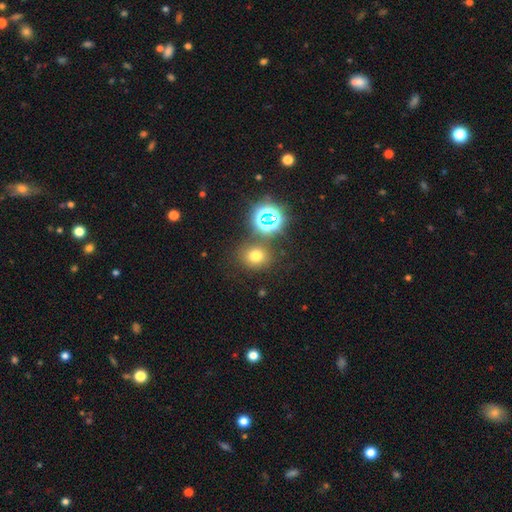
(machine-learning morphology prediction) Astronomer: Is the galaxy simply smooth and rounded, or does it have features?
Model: smooth — 66%.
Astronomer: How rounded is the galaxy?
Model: round — 75%.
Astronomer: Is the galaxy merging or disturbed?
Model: none — 77%.